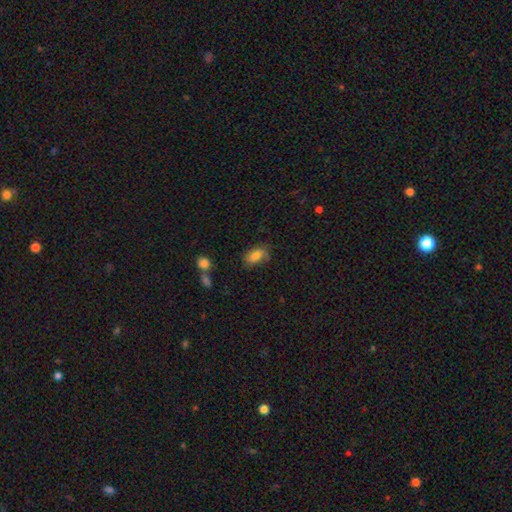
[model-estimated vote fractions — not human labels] This is likely a smooth galaxy (76%). How rounded: clearly in between (89%). Merging: likely none (65%).